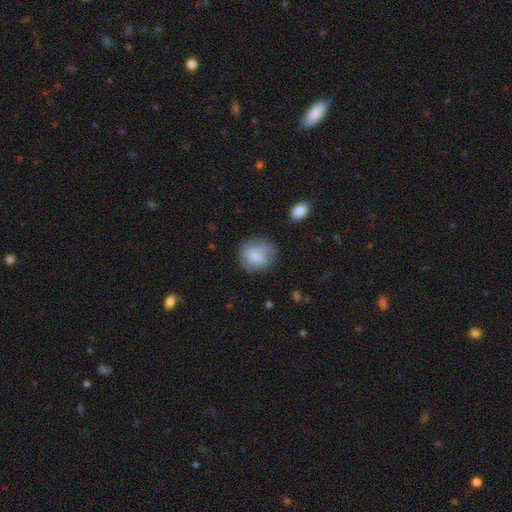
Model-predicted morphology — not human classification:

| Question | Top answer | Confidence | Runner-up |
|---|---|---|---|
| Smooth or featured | smooth | 77% | featured or disk (15%) |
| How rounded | round | 72% | in between (27%) |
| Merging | none | 67% | minor disturbance (22%) |